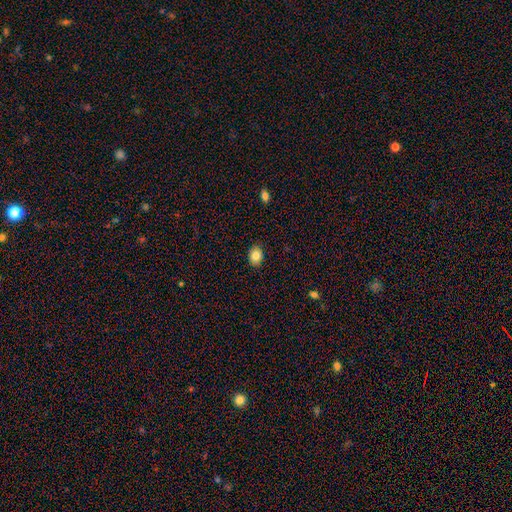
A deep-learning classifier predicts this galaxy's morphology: Smooth or featured?
  - smooth: 84% *
  - star or artifact: 8%
  - featured or disk: 8%
How rounded?
  - in between: 66% *
  - round: 33%
  - cigar-shaped: 1%
Merging?
  - none: 88% *
  - minor disturbance: 9%
  - major disturbance: 2%
  - merger: 1%